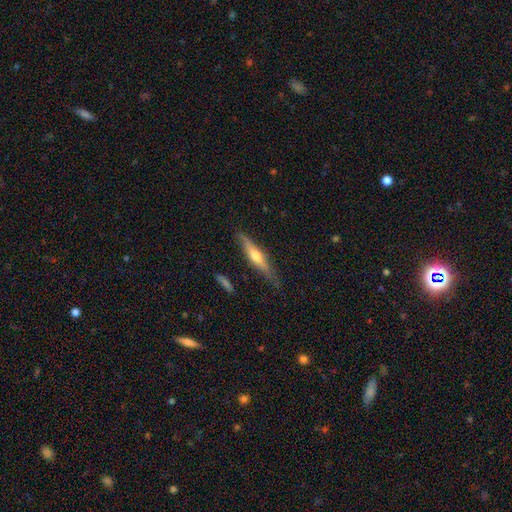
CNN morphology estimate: Q: Smooth or featured?
A: featured or disk (59%); runner-up: smooth (36%)
Q: Edge-on disk?
A: yes (94%); runner-up: no (6%)
Q: Edge-on bulge?
A: rounded (86%); runner-up: none (8%)
Q: Merging?
A: none (79%); runner-up: minor disturbance (16%)